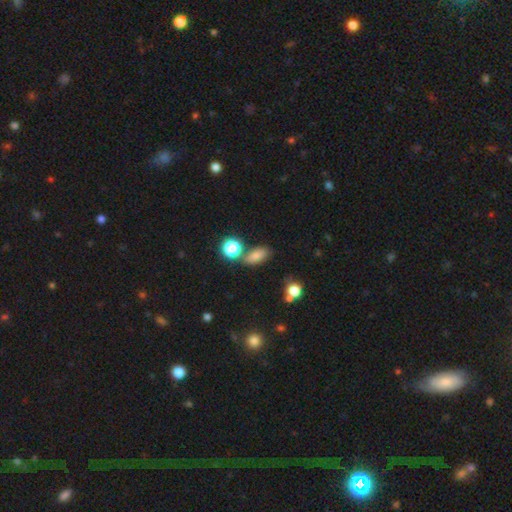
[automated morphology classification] smooth_or_featured: smooth (p=0.73) [alt: star or artifact p=0.18]
how_rounded: in between (p=0.79) [alt: round p=0.14]
merging: none (p=0.69) [alt: minor disturbance p=0.15]